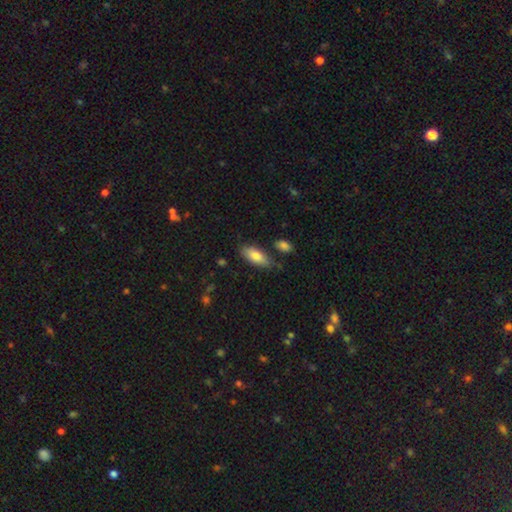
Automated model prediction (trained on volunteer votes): This is likely a smooth galaxy (79%). How rounded: clearly in between (83%). Merging: likely none (75%).